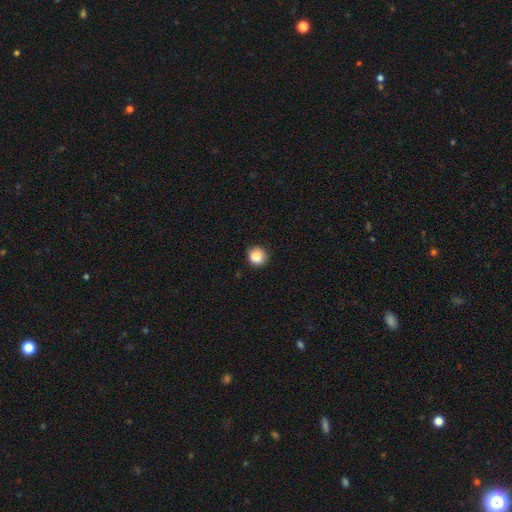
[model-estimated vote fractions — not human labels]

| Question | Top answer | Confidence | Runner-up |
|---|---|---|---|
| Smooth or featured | smooth | 86% | star or artifact (10%) |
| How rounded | round | 90% | in between (9%) |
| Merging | none | 88% | minor disturbance (9%) |